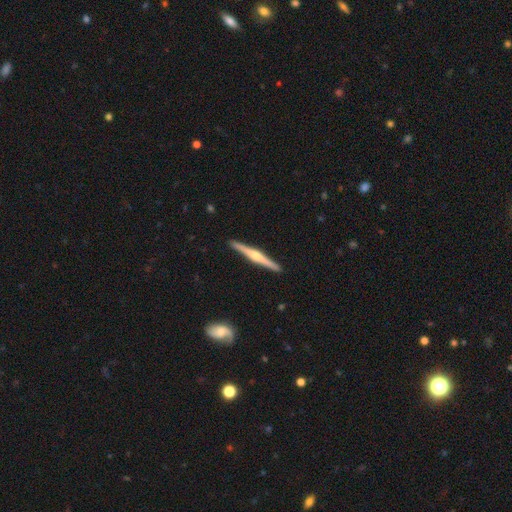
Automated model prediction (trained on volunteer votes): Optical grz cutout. It shows a featured or disk galaxy (76%) viewed edge-on (98%) with a rounded central bulge (87%). Merging: none (92%).